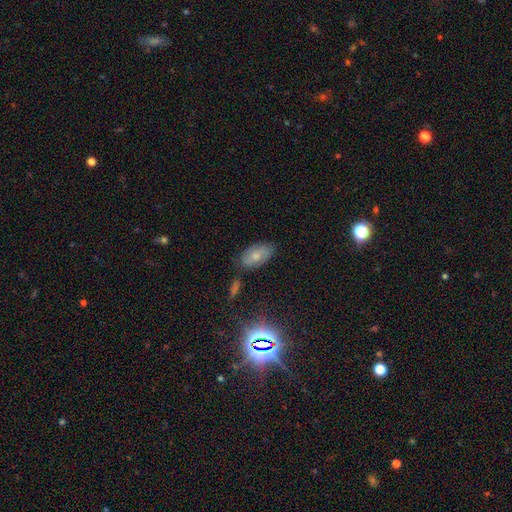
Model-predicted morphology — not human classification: Smooth or featured: smooth — 54% (featured or disk — 33%)
How rounded: in between — 92% (round — 5%)
Merging: none — 74% (minor disturbance — 17%)